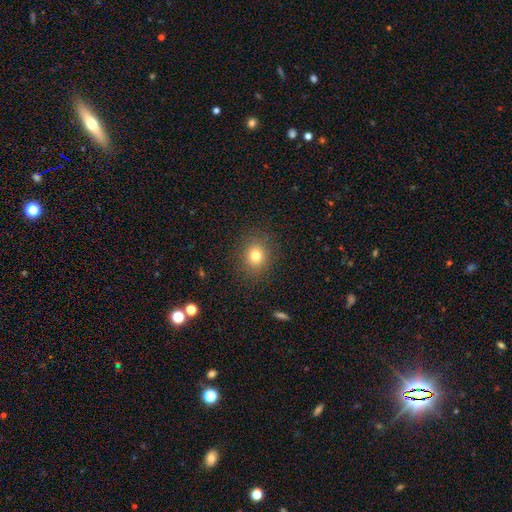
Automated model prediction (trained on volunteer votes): Morphology: type=smooth (78%); roundness=round (70%); merging=none (86%).